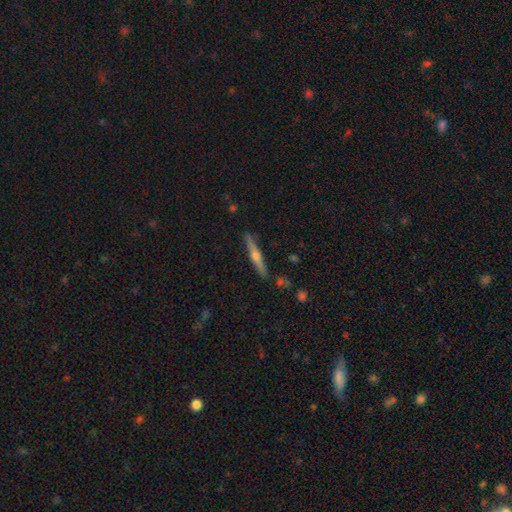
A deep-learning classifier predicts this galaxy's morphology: Overall: featured or disk (67%). Edge-on disk: yes (97%). Edge-on bulge: rounded (91%). Merging: none (89%).